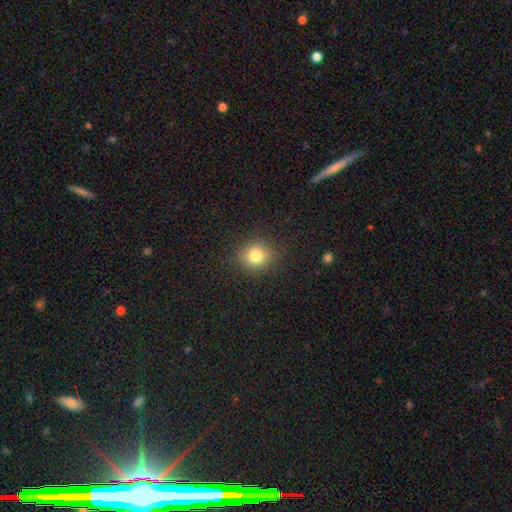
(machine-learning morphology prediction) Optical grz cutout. It shows a smooth galaxy with no disk features (79%) that is round (84%). Merging: none (88%).